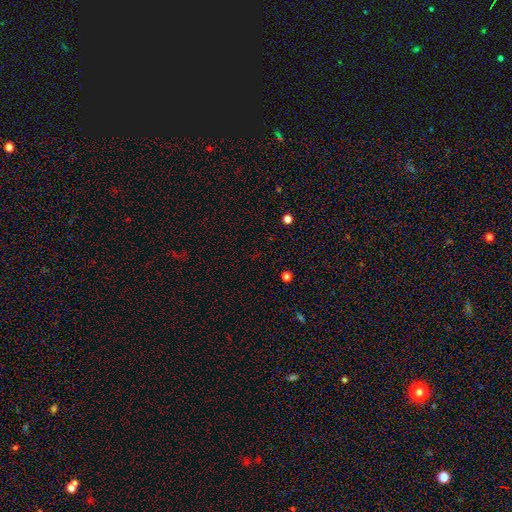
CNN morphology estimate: Q: Smooth or featured?
A: star or artifact (62%); runner-up: smooth (30%)